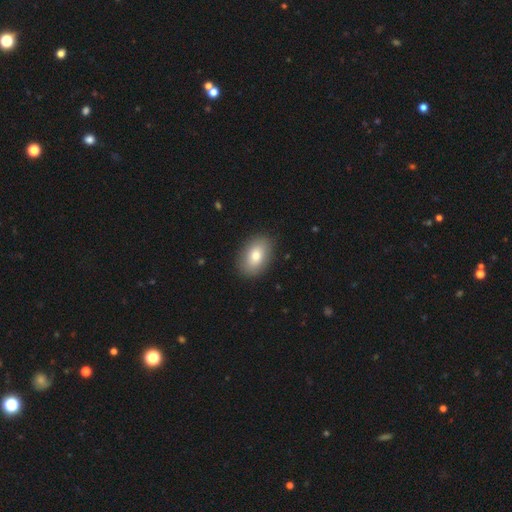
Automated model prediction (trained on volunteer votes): The model was most divided on "smooth or featured": smooth: 79%, featured or disk: 14%, star or artifact: 7%. More confident: merging — none (88%); how rounded — in between (87%).